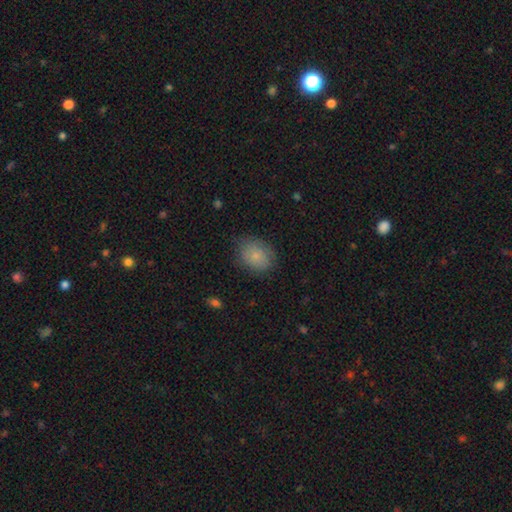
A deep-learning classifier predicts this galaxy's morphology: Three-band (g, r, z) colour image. It shows a smooth galaxy with no disk features (79%) that is in between round and cigar-shaped (58%). Merging: none (74%).